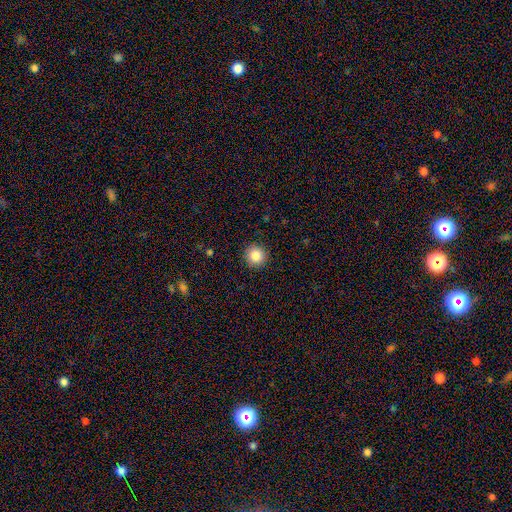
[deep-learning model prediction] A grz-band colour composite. It shows a smooth galaxy with no disk features (85%) that is round (94%). Merging: none (92%).